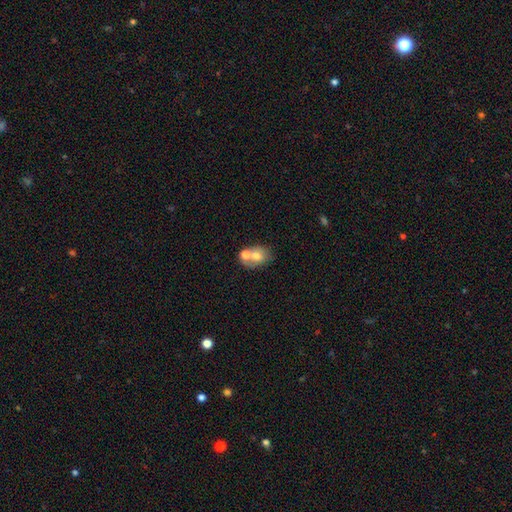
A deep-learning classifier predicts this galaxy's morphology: Q: Smooth or featured?
A: smooth (66%); runner-up: featured or disk (24%)
Q: How rounded?
A: in between (57%); runner-up: round (42%)
Q: Merging?
A: merger (43%); runner-up: none (40%)